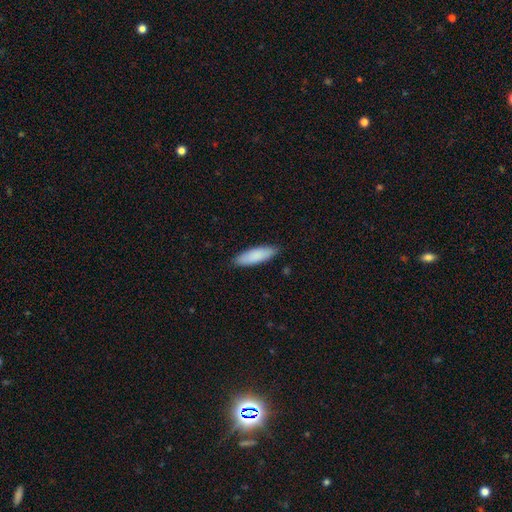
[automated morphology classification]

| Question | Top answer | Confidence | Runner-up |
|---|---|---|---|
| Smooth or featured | smooth | 87% | featured or disk (8%) |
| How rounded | cigar-shaped | 50% | in between (48%) |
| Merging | none | 88% | minor disturbance (10%) |